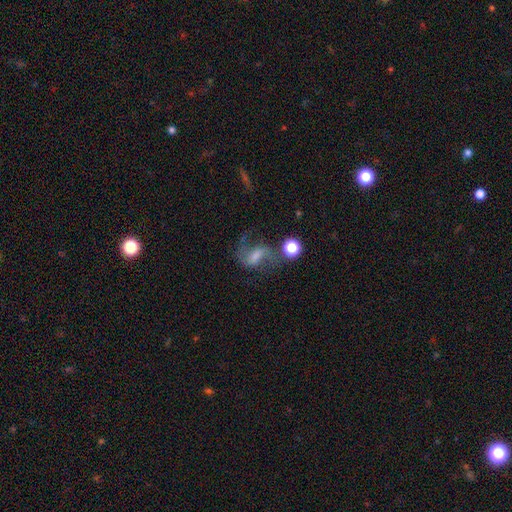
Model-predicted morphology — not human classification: Smooth or featured? Predicted: featured or disk (p=0.64). Edge-on disk? Predicted: no (p=0.96). Bar? Predicted: weak (p=0.49). Spiral arms? Predicted: yes (p=0.89). Spiral winding? Predicted: loose (p=0.60). Spiral arm count? Predicted: 2 (p=0.83). Bulge size? Predicted: moderate (p=0.33). Merging? Predicted: none (p=0.49).